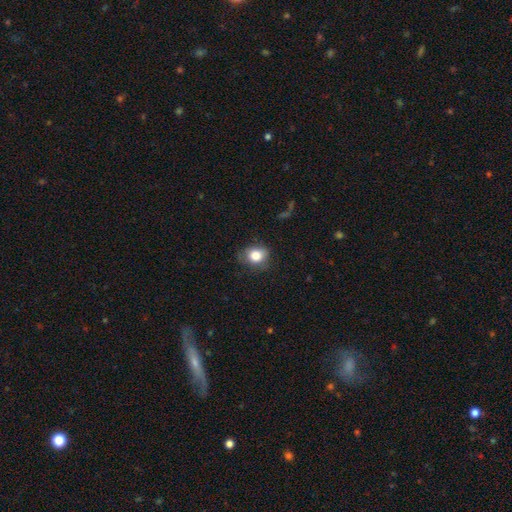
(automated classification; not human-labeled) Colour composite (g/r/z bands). It shows a smooth galaxy with no disk features (82%) that is round (58%). Merging: none (71%).